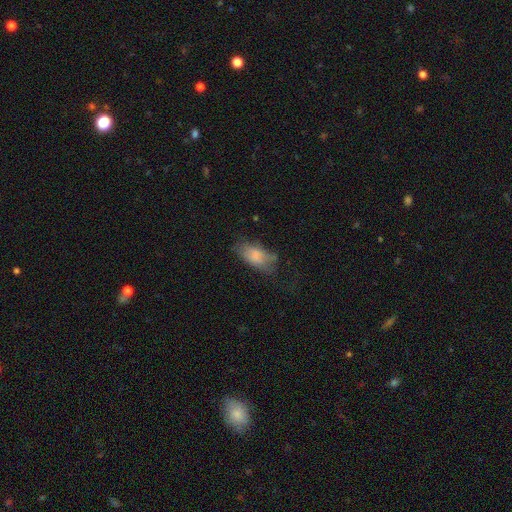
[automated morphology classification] Smooth or featured: smooth — 75% (featured or disk — 16%)
How rounded: in between — 90% (cigar-shaped — 7%)
Merging: none — 44% (minor disturbance — 32%)